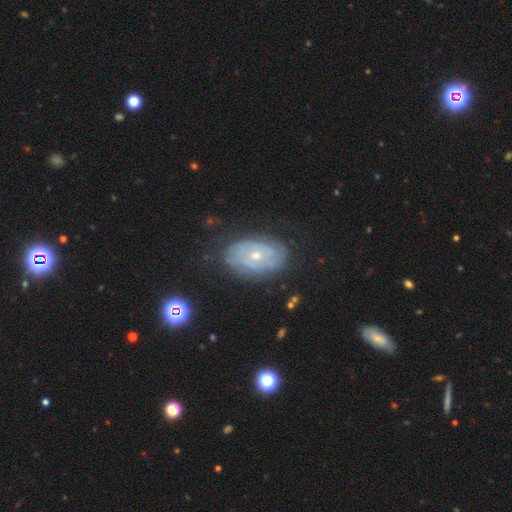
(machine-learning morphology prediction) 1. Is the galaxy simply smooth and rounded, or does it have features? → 72% featured or disk, 20% smooth, 8% star or artifact.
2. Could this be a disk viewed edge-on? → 94% no, 6% yes.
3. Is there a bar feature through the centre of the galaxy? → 79% no, 18% weak, 4% strong.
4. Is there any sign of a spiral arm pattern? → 77% yes, 23% no.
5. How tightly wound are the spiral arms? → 72% tight, 21% medium, 7% loose.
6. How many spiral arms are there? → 54% can't tell, 25% 2, 8% 3, 5% 4, 4% 1, 4% more than 4.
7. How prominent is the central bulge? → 59% small, 38% moderate, 1% large, 1% none, 1% dominant.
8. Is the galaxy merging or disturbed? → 74% none, 18% minor disturbance, 6% major disturbance, 2% merger.